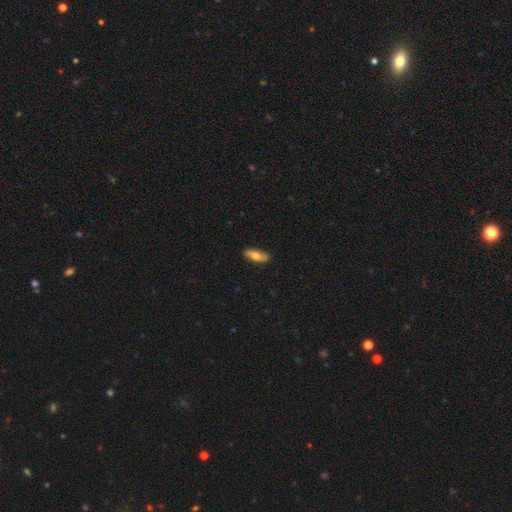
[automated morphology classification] Smooth or featured?
  - smooth: 68% *
  - featured or disk: 26%
  - star or artifact: 6%
How rounded?
  - in between: 68% *
  - cigar-shaped: 29%
  - round: 3%
Merging?
  - none: 85% *
  - minor disturbance: 12%
  - major disturbance: 2%
  - merger: 1%